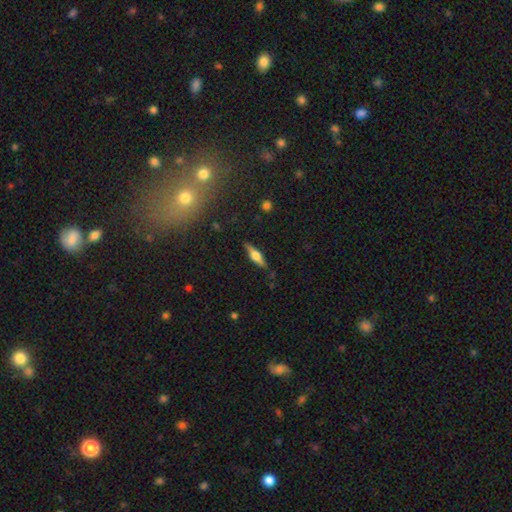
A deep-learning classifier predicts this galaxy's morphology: This appears to be a featured or disk galaxy (61%) viewed edge-on (96%) with a rounded central bulge (90%). Merging: none (88%).